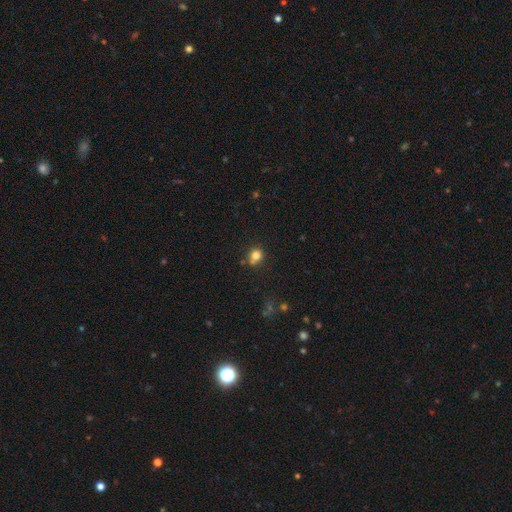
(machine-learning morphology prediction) This appears to be a smooth galaxy with no disk features (79%) that is round (74%). Merging: none (62%).